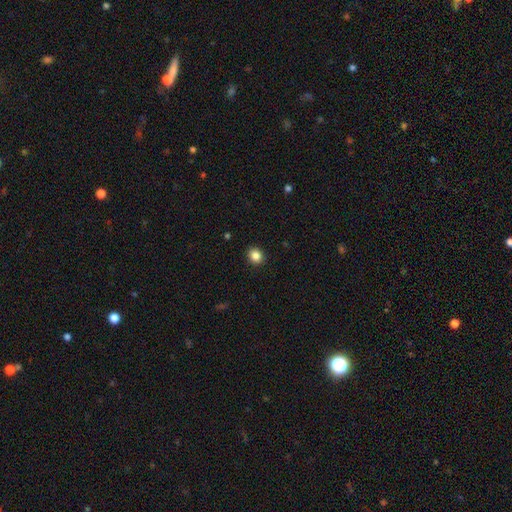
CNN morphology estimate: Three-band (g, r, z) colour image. It shows a smooth galaxy with no disk features (85%) that is round (78%). Merging: none (92%).